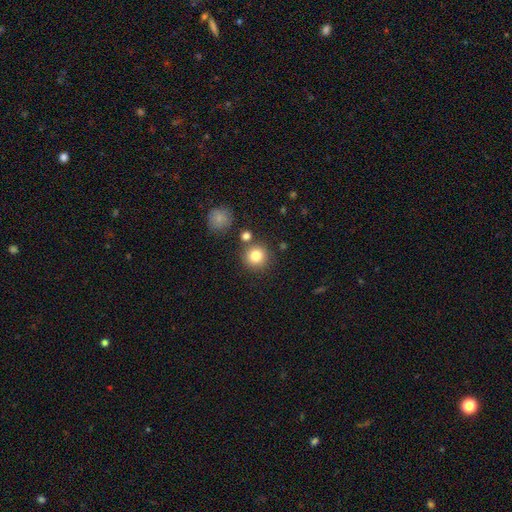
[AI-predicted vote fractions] This appears to be a smooth galaxy with no disk features (82%) that is round (93%). Merging: none (81%).